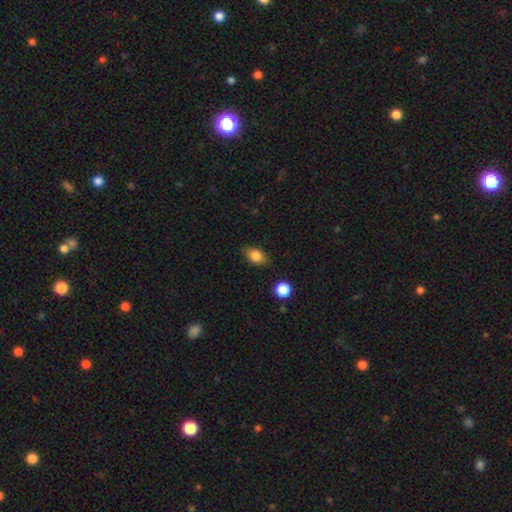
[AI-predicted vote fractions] Smooth or featured: smooth — 83% (star or artifact — 9%)
How rounded: in between — 82% (round — 16%)
Merging: none — 84% (minor disturbance — 12%)